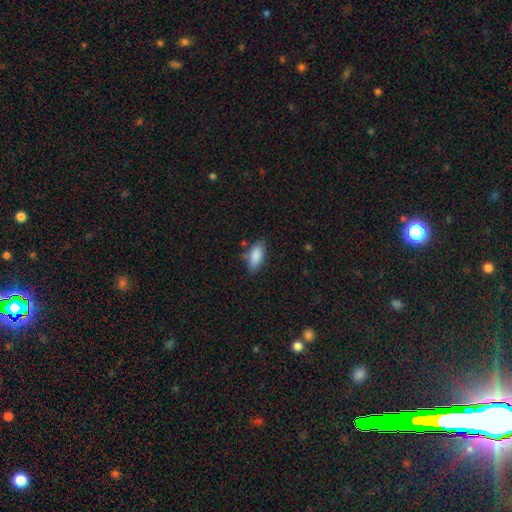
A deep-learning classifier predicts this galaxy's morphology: type=smooth (86%); roundness=in between (86%); merging=none (70%).